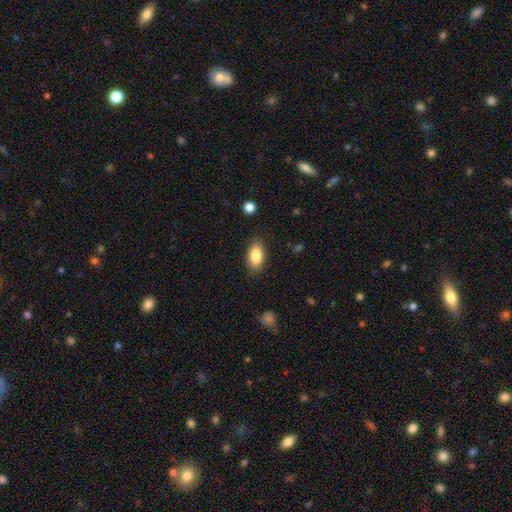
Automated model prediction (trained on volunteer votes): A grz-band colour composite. It shows a smooth galaxy with no disk features (85%) that is in between round and cigar-shaped (91%). Merging: none (85%).